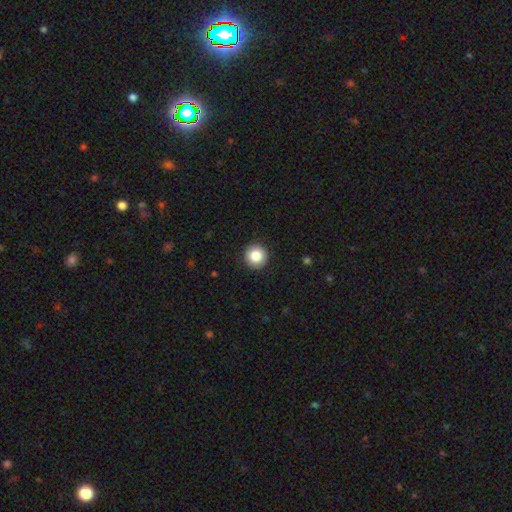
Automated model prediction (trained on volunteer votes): Smooth or featured? Predicted: smooth (p=0.85). How rounded? Predicted: round (p=0.95). Merging? Predicted: none (p=0.92).